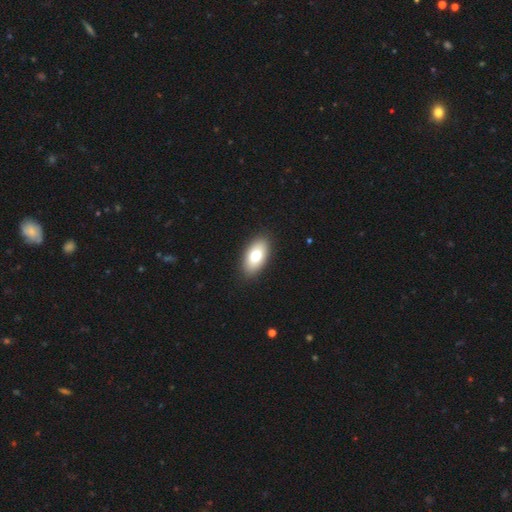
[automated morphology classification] A smooth galaxy with no disk features (73%) that is in between round and cigar-shaped (93%).

Vote fractions:
- Smooth or featured? smooth: 73% / featured or disk: 20% / star or artifact: 7%
- How rounded? in between: 93% / round: 4% / cigar-shaped: 3%
- Merging? none: 89% / minor disturbance: 8% / major disturbance: 2% / merger: 1%